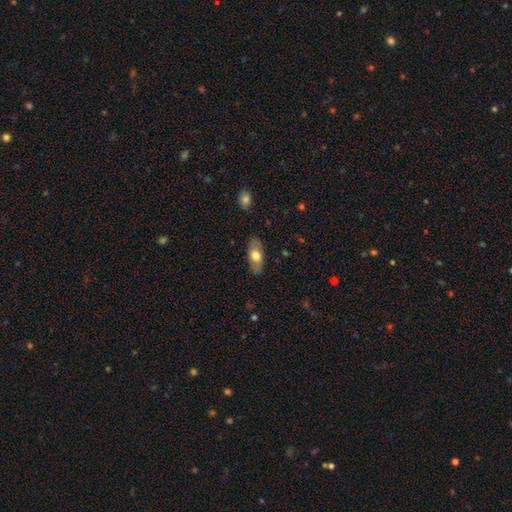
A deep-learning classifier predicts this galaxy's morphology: smooth_or_featured: smooth (p=0.68) [alt: featured or disk p=0.26]
how_rounded: in between (p=0.84) [alt: cigar-shaped p=0.12]
merging: none (p=0.84) [alt: minor disturbance p=0.12]